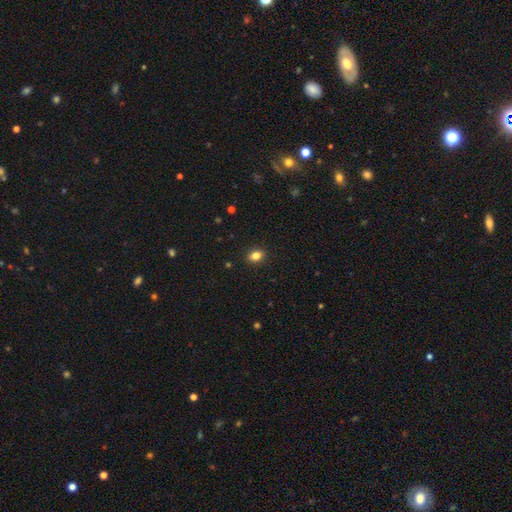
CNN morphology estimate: smooth_or_featured: smooth (p=0.83) [alt: star or artifact p=0.11]
how_rounded: in between (p=0.66) [alt: round p=0.33]
merging: none (p=0.90) [alt: minor disturbance p=0.07]